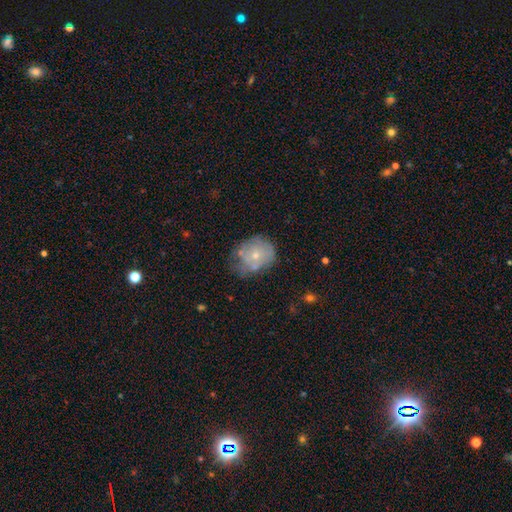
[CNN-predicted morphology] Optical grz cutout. It shows a smooth galaxy with no disk features (52%) that is round (58%). Merging: none (41%).